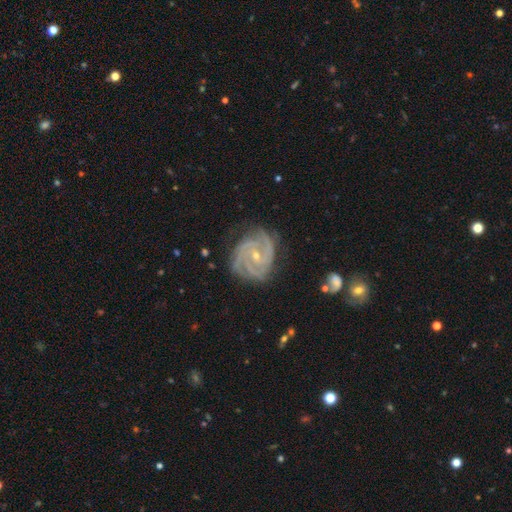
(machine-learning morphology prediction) A featured or disk galaxy (91%) with no bar (55%), 3 (46%) tight (66%) spiral arms (98%) and a small central bulge (69%).

Vote fractions:
- Smooth or featured? featured or disk: 91% / star or artifact: 5% / smooth: 4%
- Edge-on disk? no: 98% / yes: 2%
- Bar? no: 55% / weak: 33% / strong: 12%
- Spiral arms? yes: 98% / no: 2%
- Spiral winding? tight: 66% / medium: 30% / loose: 4%
- Spiral arm count? 3: 46% / 4: 18% / 2: 16% / can't tell: 10% / more than 4: 6% / 1: 5%
- Bulge size? small: 69% / moderate: 28% / none: 1% / large: 1% / dominant: 1%
- Merging? none: 75% / minor disturbance: 18% / major disturbance: 5% / merger: 1%